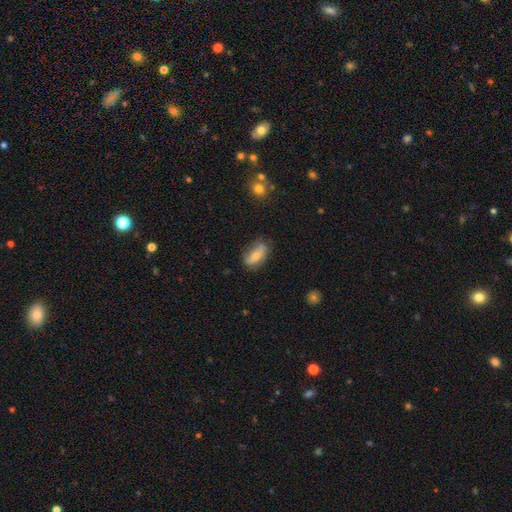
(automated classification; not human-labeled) Smooth or featured? smooth (58%)
How rounded? in between (84%)
Merging? none (62%)